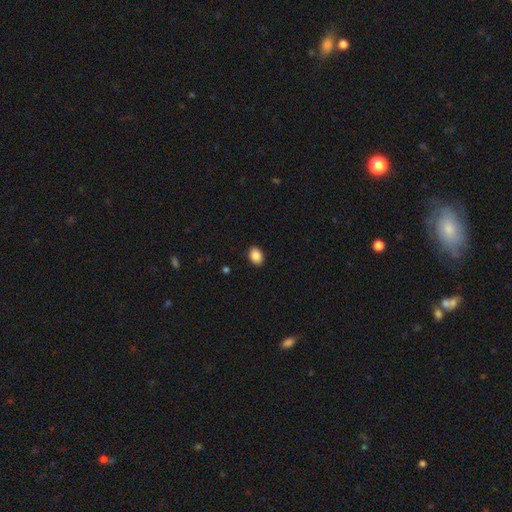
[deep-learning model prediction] smooth-or-featured: smooth: 88% | star or artifact: 8% | featured or disk: 4%
  how-rounded: in between: 77% | round: 22% | cigar-shaped: 1%
  merging: none: 90% | minor disturbance: 7% | major disturbance: 2% | merger: 1%